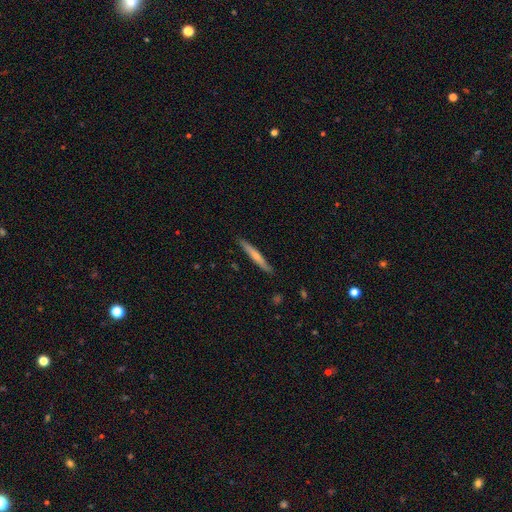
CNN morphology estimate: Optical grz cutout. It shows a smooth galaxy with no disk features (55%) that is cigar-shaped (95%). Merging: none (89%).